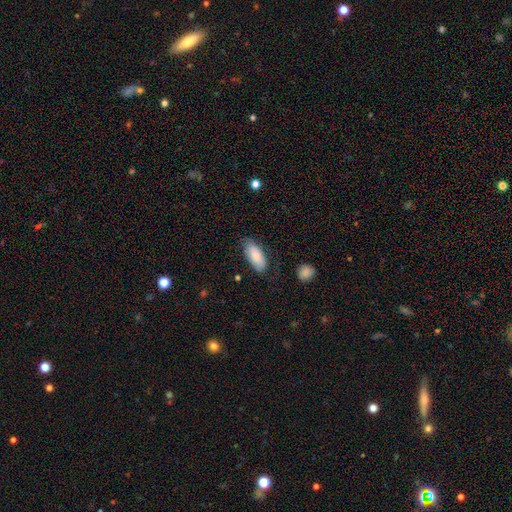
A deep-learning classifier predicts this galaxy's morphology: Q: Smooth or featured?
A: smooth (79%); runner-up: featured or disk (15%)
Q: How rounded?
A: in between (88%); runner-up: cigar-shaped (10%)
Q: Merging?
A: none (72%); runner-up: minor disturbance (22%)